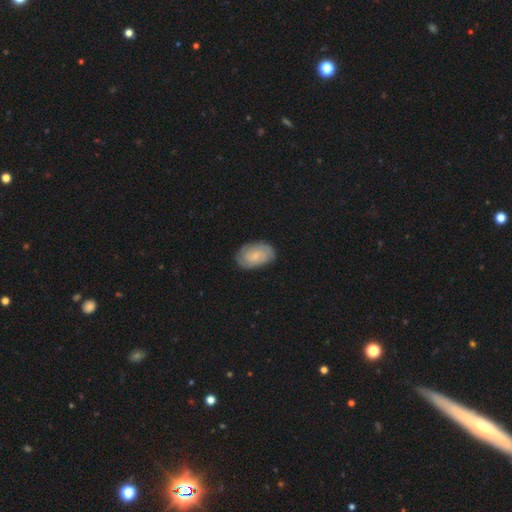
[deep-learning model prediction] Smooth or featured?
  - featured or disk: 47% *
  - smooth: 46%
  - star or artifact: 7%
Merging?
  - none: 79% *
  - minor disturbance: 16%
  - major disturbance: 4%
  - merger: 1%